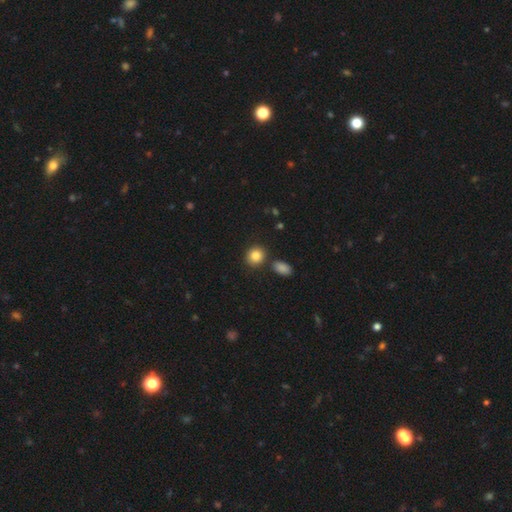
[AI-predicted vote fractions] smooth_or_featured: smooth (p=0.86) [alt: star or artifact p=0.09]
how_rounded: round (p=0.78) [alt: in between p=0.21]
merging: none (p=0.78) [alt: merger p=0.10]